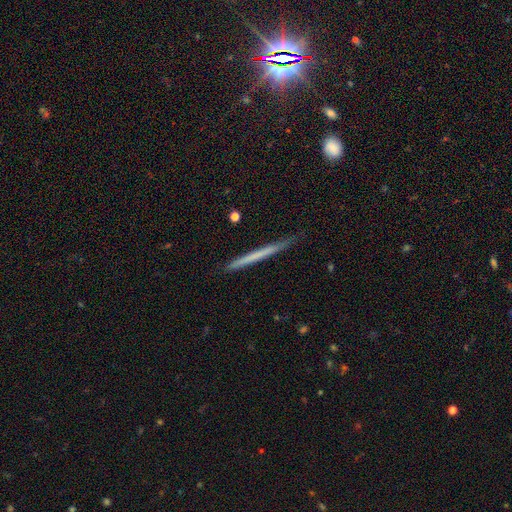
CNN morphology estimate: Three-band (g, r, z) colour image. It shows a smooth galaxy with no disk features (52%) that is cigar-shaped (97%). Merging: none (85%).